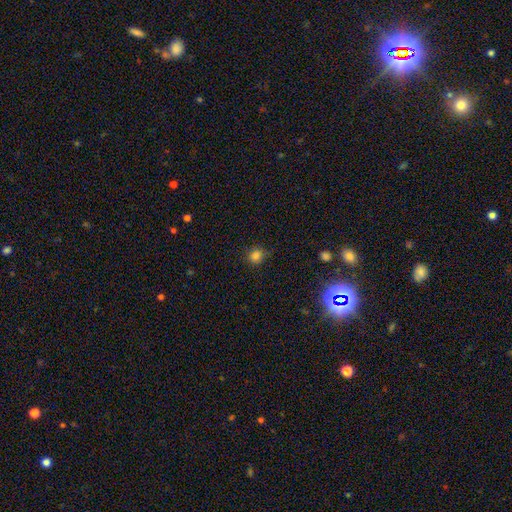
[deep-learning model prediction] smooth-or-featured: smooth: 82% | star or artifact: 14% | featured or disk: 4%
  how-rounded: round: 86% | in between: 13% | cigar-shaped: 1%
  merging: none: 81% | minor disturbance: 14% | major disturbance: 3% | merger: 2%